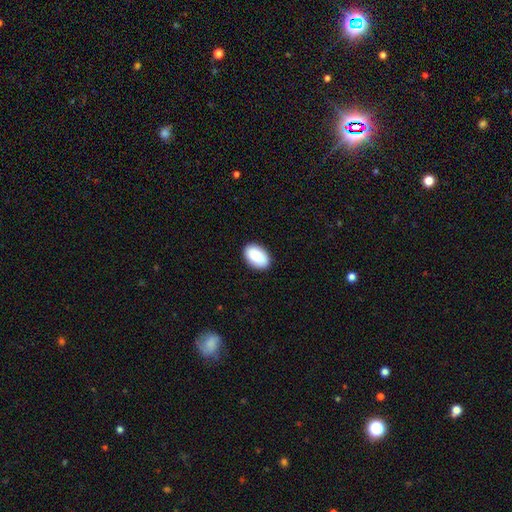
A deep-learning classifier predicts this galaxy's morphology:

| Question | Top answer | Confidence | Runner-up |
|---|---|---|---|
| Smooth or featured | smooth | 88% | star or artifact (6%) |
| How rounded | in between | 92% | round (7%) |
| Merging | none | 88% | minor disturbance (9%) |